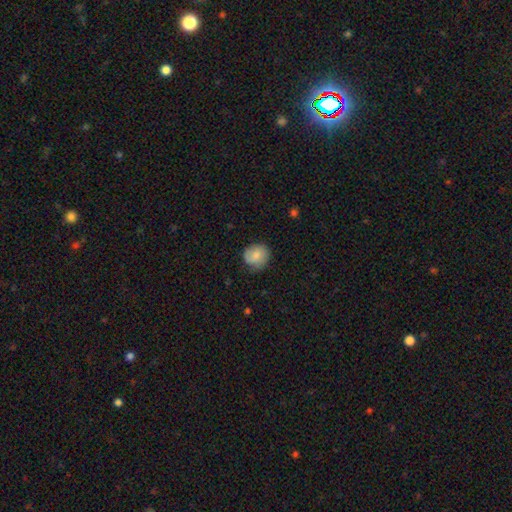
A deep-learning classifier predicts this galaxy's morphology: Q: Smooth or featured?
A: smooth (78%); runner-up: featured or disk (14%)
Q: How rounded?
A: round (82%); runner-up: in between (17%)
Q: Merging?
A: none (76%); runner-up: minor disturbance (19%)